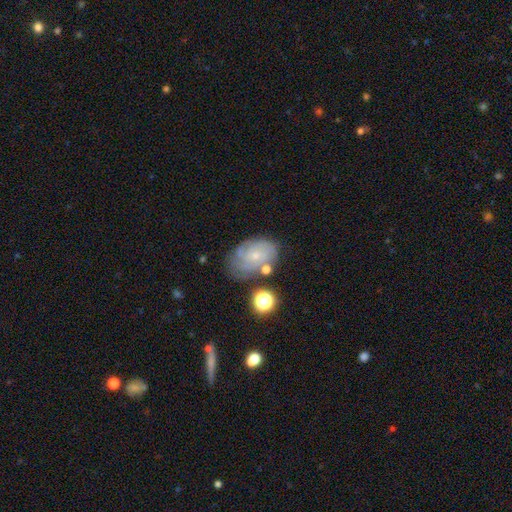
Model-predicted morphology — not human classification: smooth-or-featured: featured or disk: 61% | smooth: 28% | star or artifact: 11%
  disk-edge-on: no: 96% | yes: 4%
    bar: no: 78% | weak: 19% | strong: 3%
    has-spiral-arms: yes: 81% | no: 19%
    bulge-size: small: 77% | moderate: 16% | none: 5% | large: 1% | dominant: 1%
  merging: none: 60% | minor disturbance: 24% | major disturbance: 10% | merger: 7%